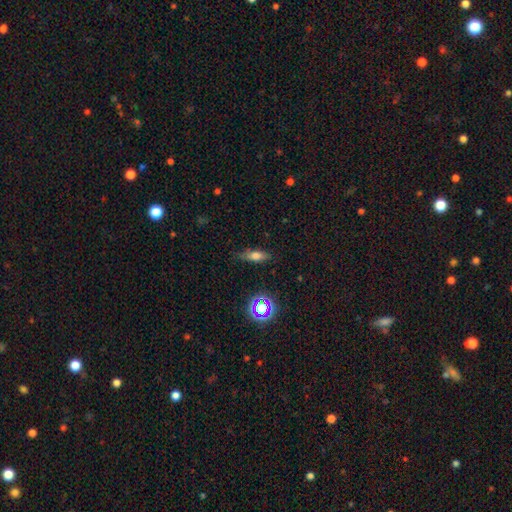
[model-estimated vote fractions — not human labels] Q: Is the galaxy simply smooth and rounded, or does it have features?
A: smooth — 66%.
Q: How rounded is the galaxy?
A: in between — 55%.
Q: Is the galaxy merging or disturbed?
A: none — 77%.